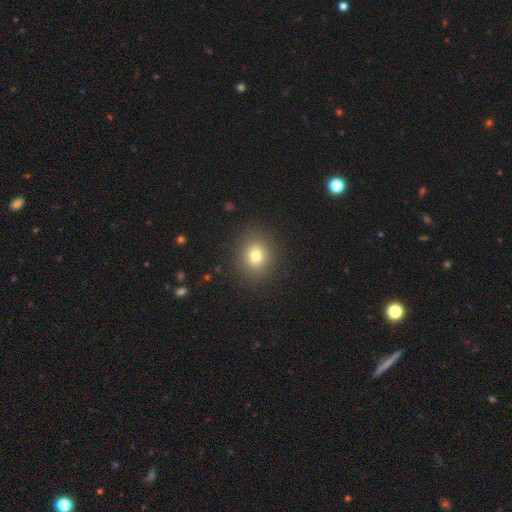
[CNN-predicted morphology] type=smooth (77%); roundness=round (79%); merging=none (89%).